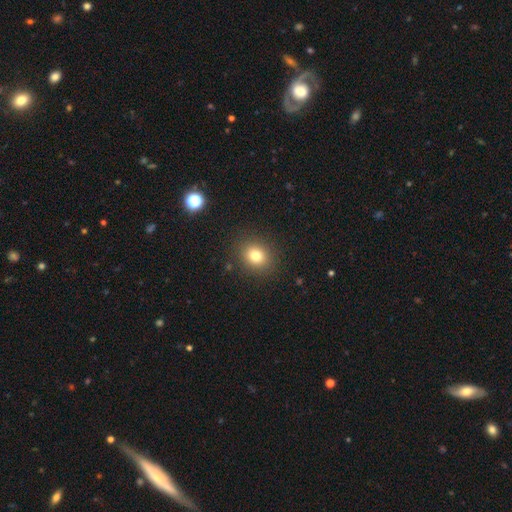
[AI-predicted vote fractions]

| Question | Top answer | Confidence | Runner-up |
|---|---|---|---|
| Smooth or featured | smooth | 79% | star or artifact (13%) |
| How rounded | round | 68% | in between (31%) |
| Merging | none | 88% | minor disturbance (8%) |